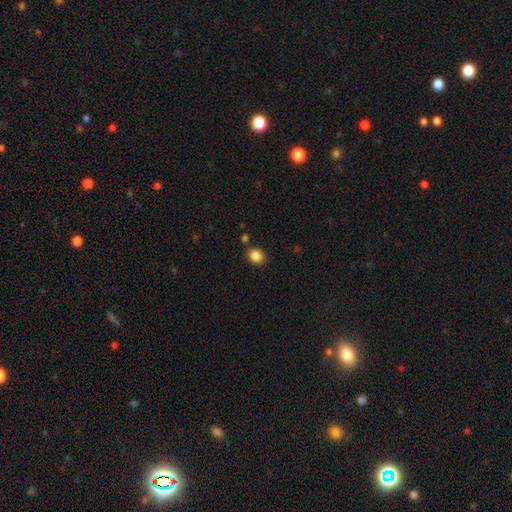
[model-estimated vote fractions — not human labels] This is clearly a smooth galaxy (86%). How rounded: possibly round (50%). Merging: clearly none (82%).